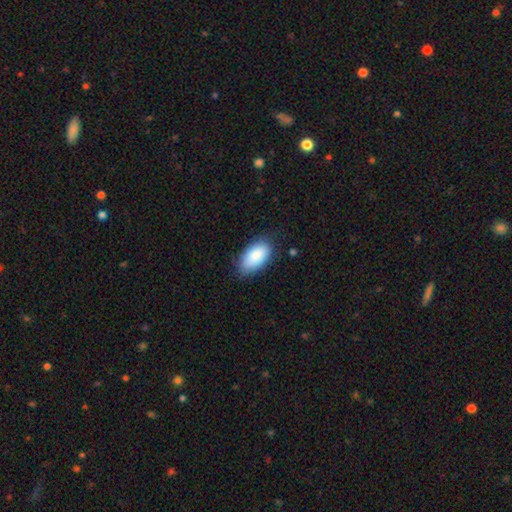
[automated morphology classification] The model was most divided on "merging": none: 77%, minor disturbance: 18%, major disturbance: 4%, merger: 1%. More confident: how rounded — in between (94%); smooth or featured — smooth (86%).